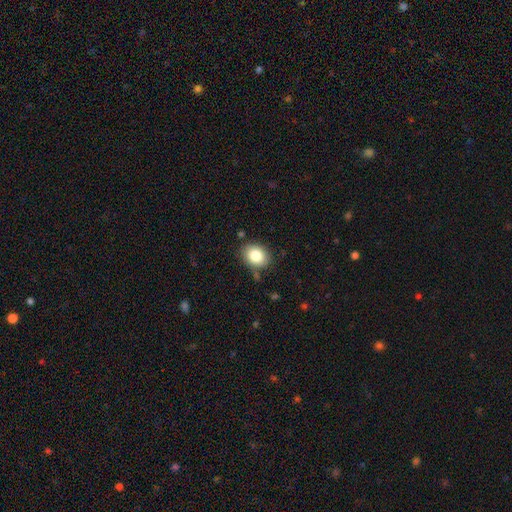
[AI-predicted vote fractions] Smooth or featured? smooth (83%)
How rounded? in between (57%)
Merging? none (83%)